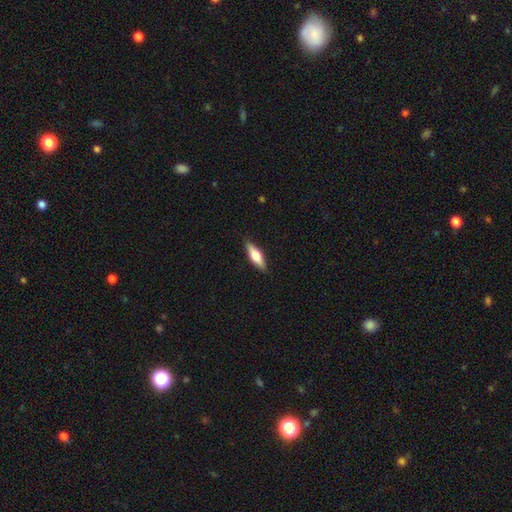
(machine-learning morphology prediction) A smooth galaxy with no disk features (48%). Merging: none (89%).